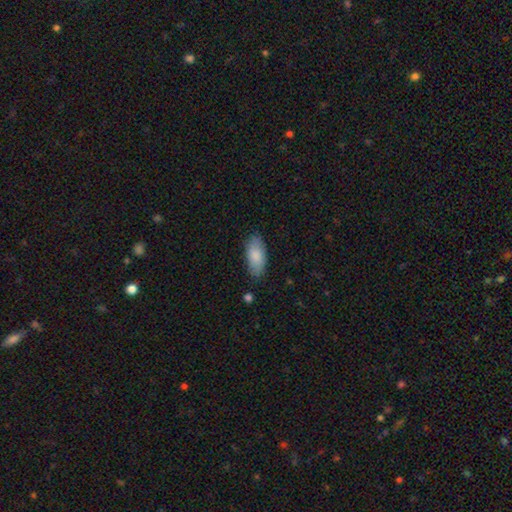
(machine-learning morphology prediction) Q: Smooth or featured?
A: smooth (85%); runner-up: featured or disk (10%)
Q: How rounded?
A: in between (89%); runner-up: cigar-shaped (9%)
Q: Merging?
A: none (80%); runner-up: minor disturbance (15%)